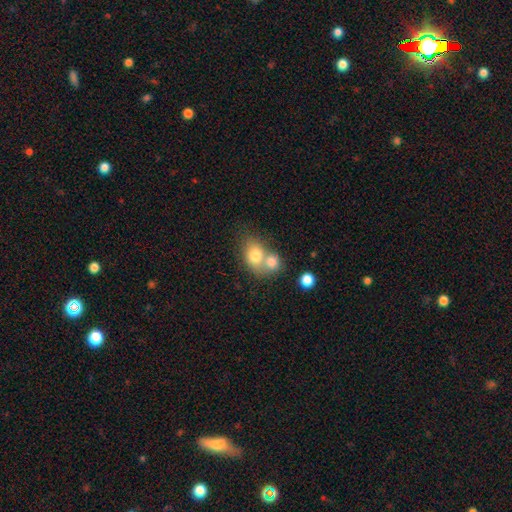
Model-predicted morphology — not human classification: smooth_or_featured: smooth (p=0.76) [alt: featured or disk p=0.16]
how_rounded: in between (p=0.56) [alt: round p=0.43]
merging: merger (p=0.59) [alt: none p=0.29]